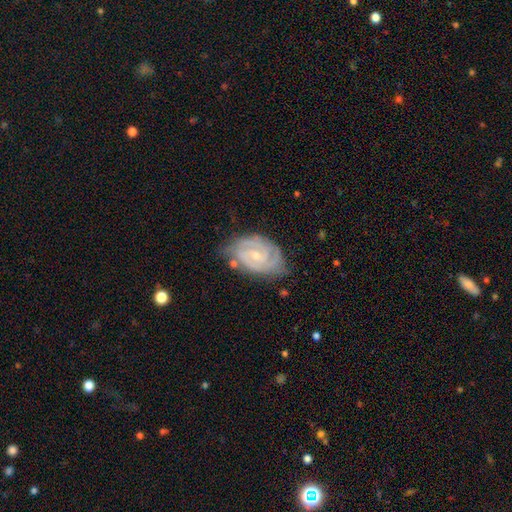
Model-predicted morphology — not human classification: Smooth or featured? featured or disk (87%)
Edge-on disk? no (97%)
Bar? no (51%)
Spiral arms? yes (97%)
Spiral winding? tight (71%)
Spiral arm count? 2 (55%)
Bulge size? small (67%)
Merging? none (68%)